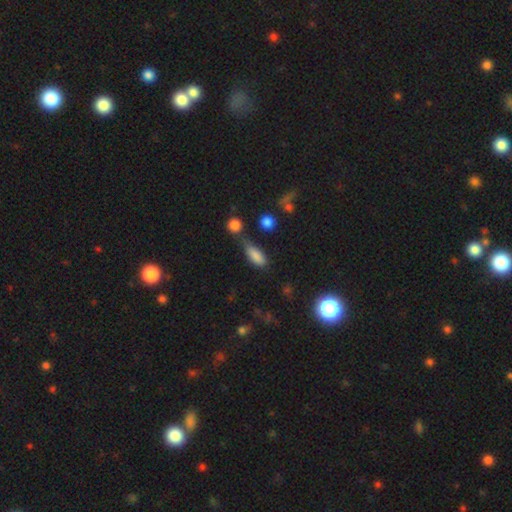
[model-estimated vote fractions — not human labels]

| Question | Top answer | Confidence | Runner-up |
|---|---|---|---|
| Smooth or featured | smooth | 82% | star or artifact (10%) |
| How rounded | in between | 71% | cigar-shaped (25%) |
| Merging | none | 46% | minor disturbance (28%) |